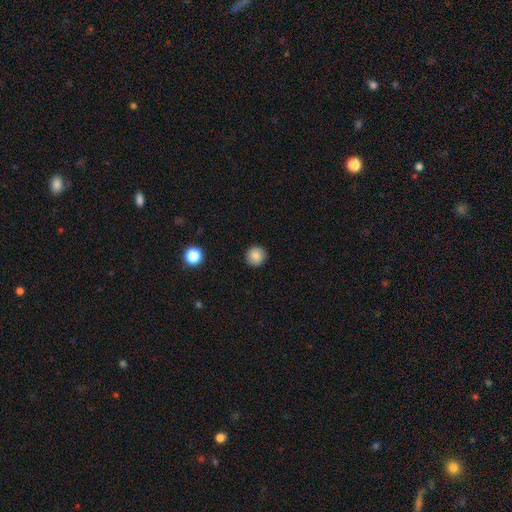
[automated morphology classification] smooth_or_featured: smooth (p=0.85) [alt: star or artifact p=0.10]
how_rounded: round (p=0.94) [alt: in between p=0.05]
merging: none (p=0.92) [alt: minor disturbance p=0.06]